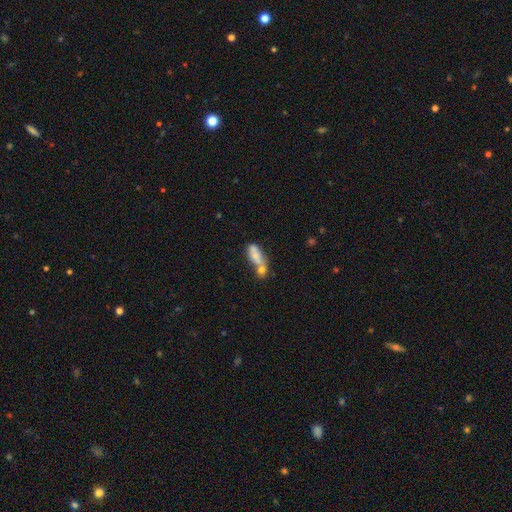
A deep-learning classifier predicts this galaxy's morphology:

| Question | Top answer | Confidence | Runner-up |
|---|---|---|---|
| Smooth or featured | smooth | 64% | featured or disk (28%) |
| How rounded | in between | 72% | cigar-shaped (21%) |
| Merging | merger | 58% | none (24%) |